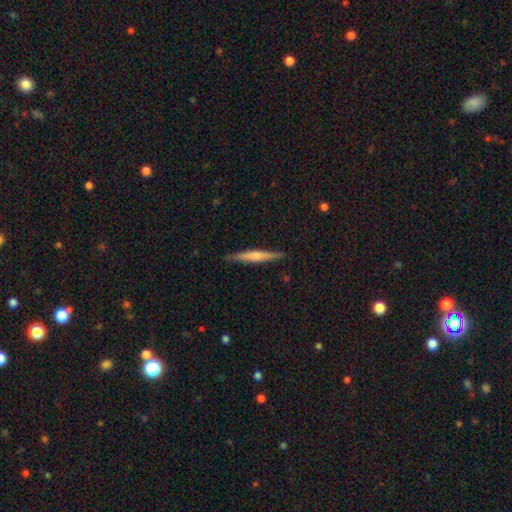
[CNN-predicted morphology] This is possibly a featured or disk galaxy (53%). It is clearly viewed edge-on (97%). Edge-on bulge: likely rounded (60%). Merging: clearly none (90%).